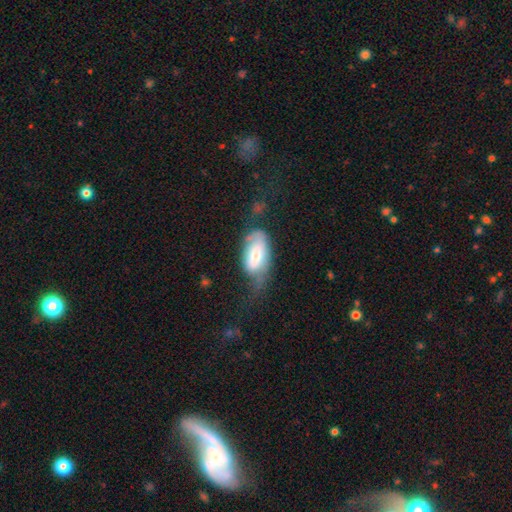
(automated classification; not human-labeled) The model was most divided on "merging": major disturbance: 37%, minor disturbance: 34%, none: 25%, merger: 4%. More confident: how rounded — in between (92%); smooth or featured — smooth (63%).